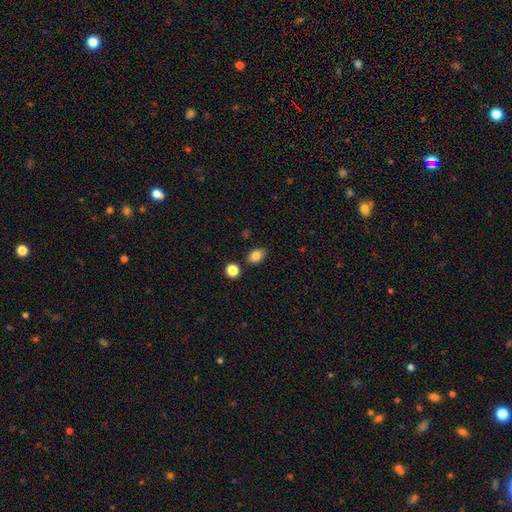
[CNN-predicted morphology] smooth_or_featured: smooth (p=0.84) [alt: star or artifact p=0.10]
how_rounded: in between (p=0.74) [alt: round p=0.25]
merging: none (p=0.80) [alt: minor disturbance p=0.12]